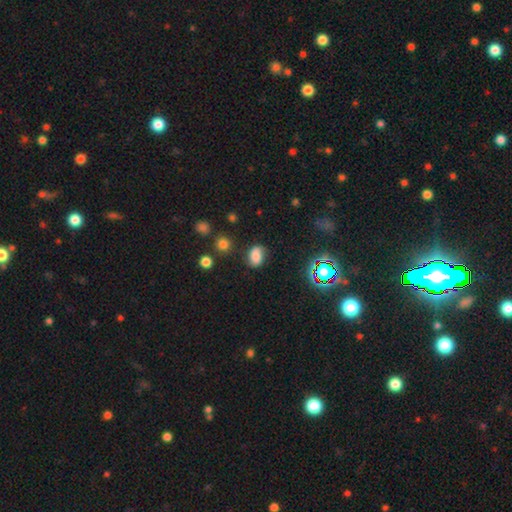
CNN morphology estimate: Overall: smooth (69%). How rounded: in between (77%). Merging: none (70%).